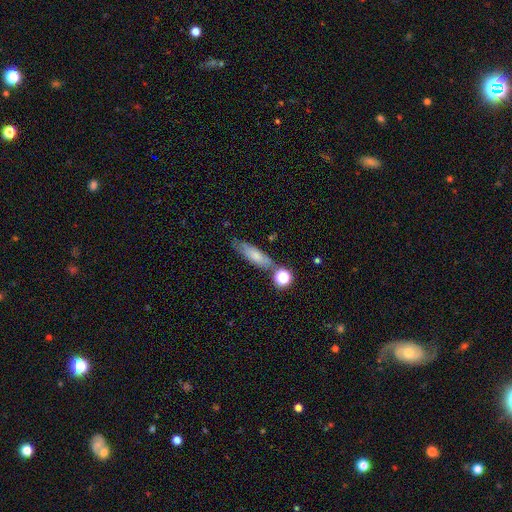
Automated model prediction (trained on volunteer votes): Smooth or featured? smooth (69%)
How rounded? cigar-shaped (57%)
Merging? none (63%)